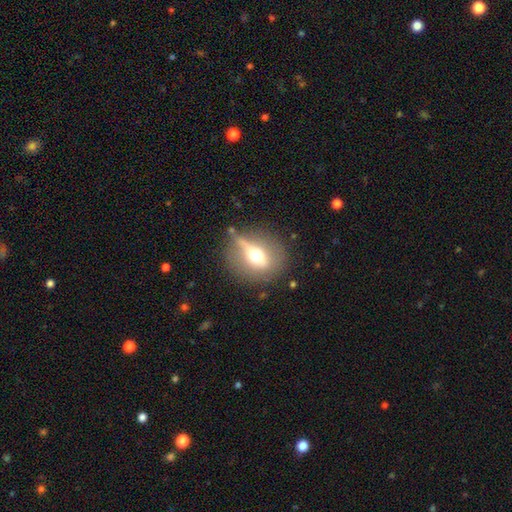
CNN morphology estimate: A featured or disk galaxy (55%) viewed edge-on (50%, tied with no).

Vote fractions:
- Smooth or featured? featured or disk: 55% / smooth: 35% / star or artifact: 10%
- Edge-on disk? yes: 50% (tied) / no: 50% (tied)
- Merging? none: 72% / minor disturbance: 16% / major disturbance: 8% / merger: 4%